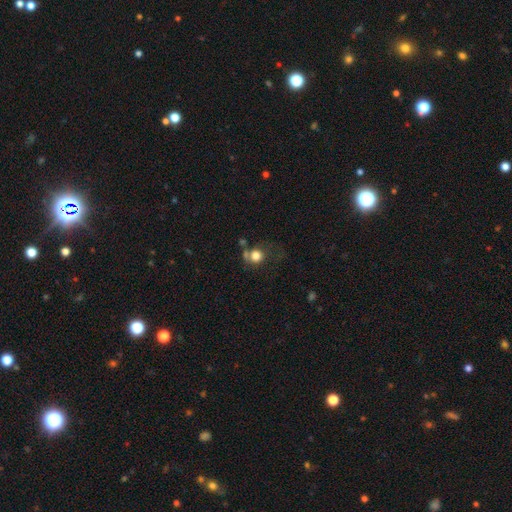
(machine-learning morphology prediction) A smooth galaxy with no disk features (77%) that is round (82%). Merging: none (47%).